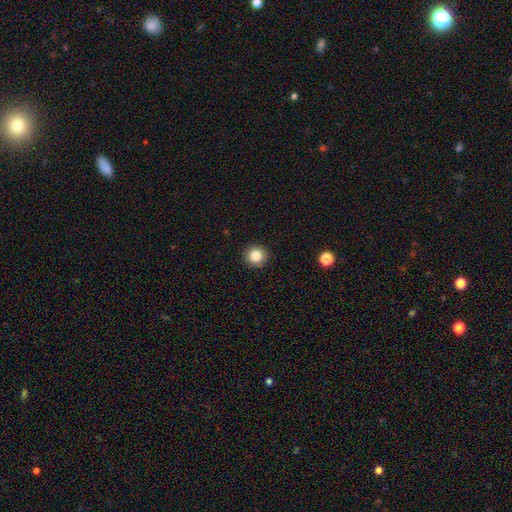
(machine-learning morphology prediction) Smooth or featured?
  - smooth: 84% *
  - star or artifact: 10%
  - featured or disk: 6%
How rounded?
  - round: 93% *
  - in between: 6%
  - cigar-shaped: 1%
Merging?
  - none: 93% *
  - minor disturbance: 5%
  - major disturbance: 2%
  - merger: 1%